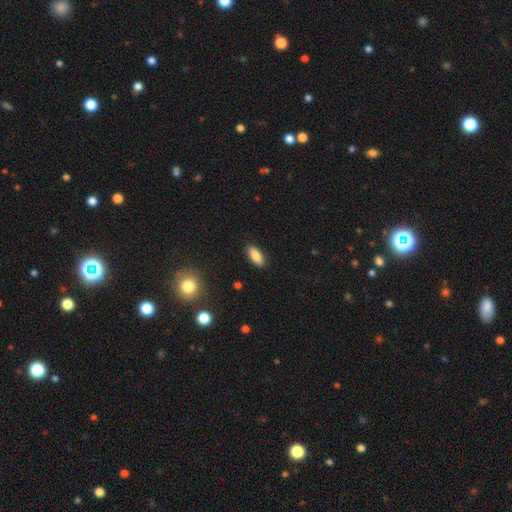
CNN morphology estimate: Smooth or featured: smooth — 86% (star or artifact — 8%)
How rounded: in between — 84% (cigar-shaped — 14%)
Merging: none — 88% (minor disturbance — 9%)